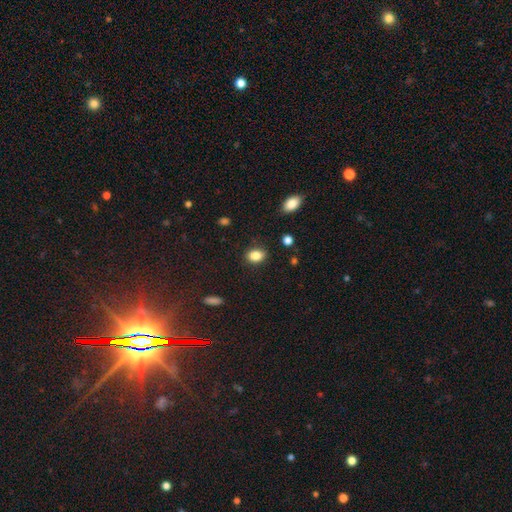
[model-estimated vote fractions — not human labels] This is clearly a smooth galaxy (84%). How rounded: likely in between (72%). Merging: clearly none (85%).